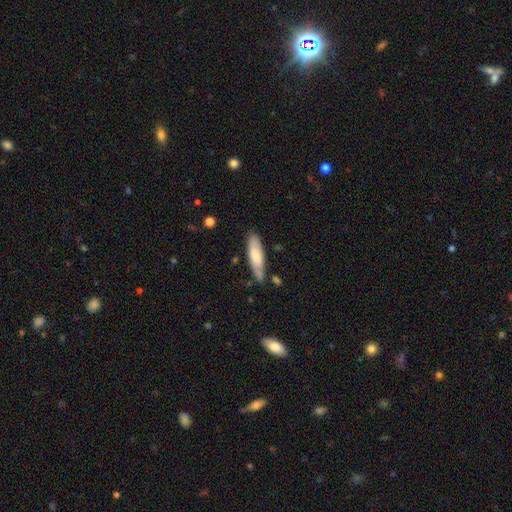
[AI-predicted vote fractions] The model was most divided on "how rounded": cigar-shaped: 64%, in between: 34%, round: 1%. More confident: merging — none (73%); smooth or featured — smooth (68%).